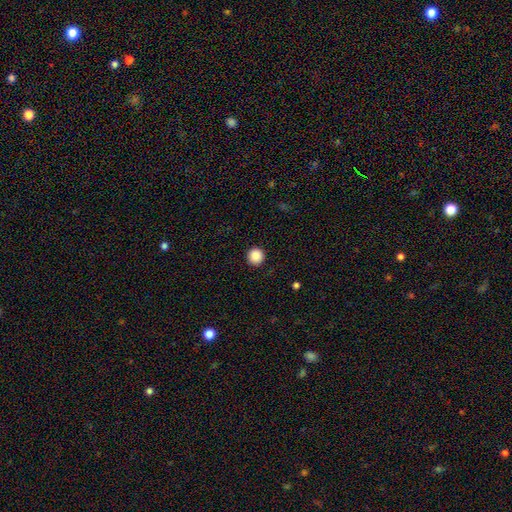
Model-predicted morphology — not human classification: type=smooth (88%); roundness=round (96%); merging=none (93%).